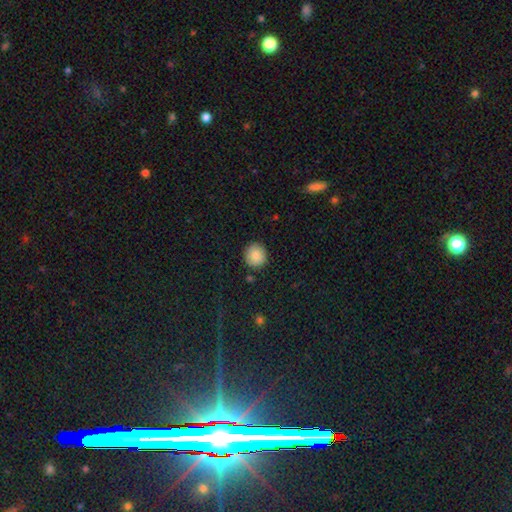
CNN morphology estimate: The model was most divided on "smooth or featured": smooth: 87%, star or artifact: 8%, featured or disk: 4%. More confident: how rounded — round (90%); merging — none (90%).